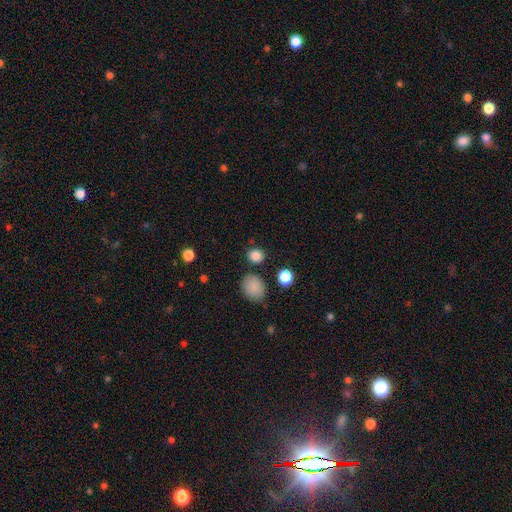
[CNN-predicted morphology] smooth_or_featured: smooth (p=0.85) [alt: star or artifact p=0.11]
how_rounded: round (p=0.75) [alt: in between p=0.24]
merging: none (p=0.81) [alt: minor disturbance p=0.10]